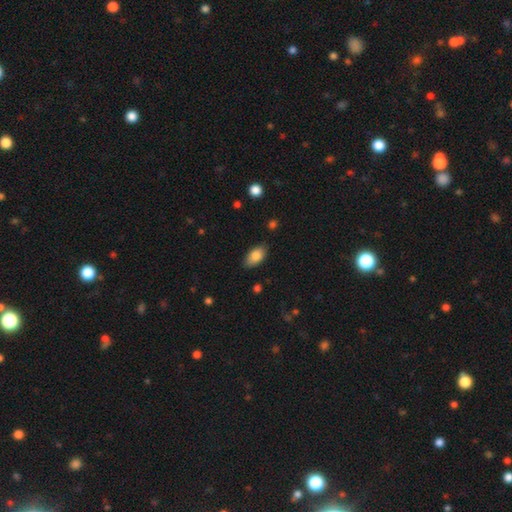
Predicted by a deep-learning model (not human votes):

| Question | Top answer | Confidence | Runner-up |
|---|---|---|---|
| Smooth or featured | smooth | 84% | featured or disk (9%) |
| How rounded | in between | 92% | round (4%) |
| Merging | none | 83% | minor disturbance (13%) |